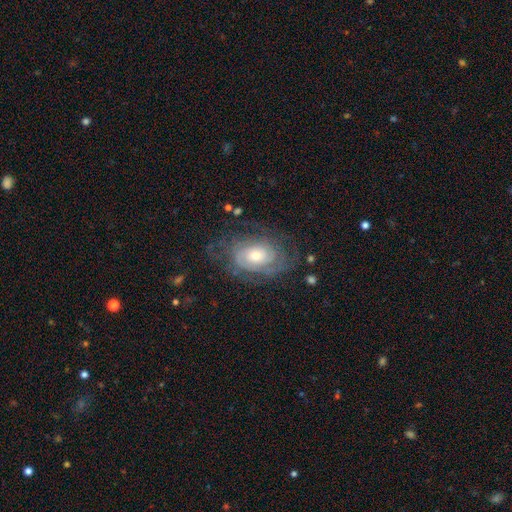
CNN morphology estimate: A featured or disk galaxy (80%) with no bar (74%), tight (70%) spiral arms (91%) and a moderate central bulge (55%). Merging: none (70%).